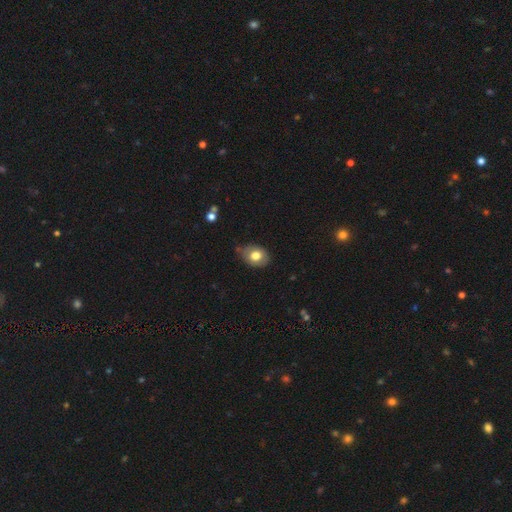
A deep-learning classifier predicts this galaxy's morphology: Smooth or featured?
  - smooth: 73% *
  - featured or disk: 19%
  - star or artifact: 8%
How rounded?
  - in between: 66% *
  - round: 33%
  - cigar-shaped: 1%
Merging?
  - none: 76% *
  - minor disturbance: 18%
  - major disturbance: 4%
  - merger: 2%